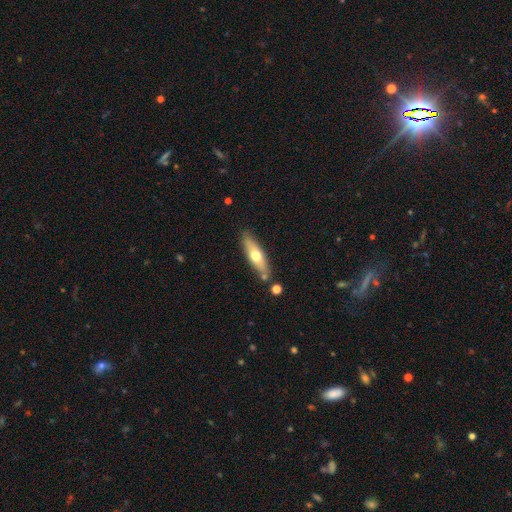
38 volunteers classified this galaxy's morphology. Q: Smooth or featured?
A: smooth (55%); runner-up: featured or disk (42%)
Q: How rounded?
A: cigar-shaped (71%); runner-up: in between (24%)
Q: Merging?
A: none (78%); runner-up: merger (14%)